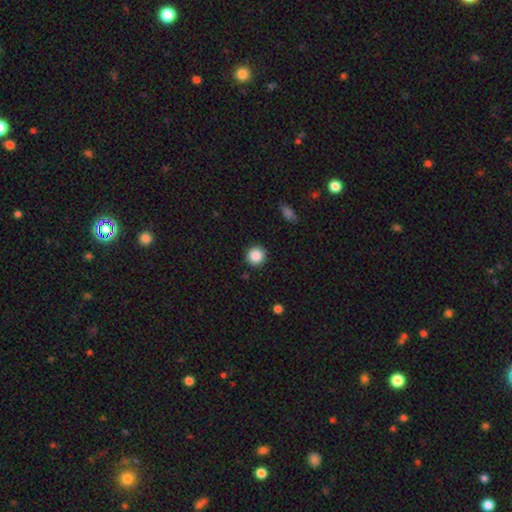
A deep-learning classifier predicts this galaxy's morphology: The model was most divided on "smooth or featured": smooth: 87%, star or artifact: 9%, featured or disk: 3%. More confident: how rounded — round (95%); merging — none (91%).